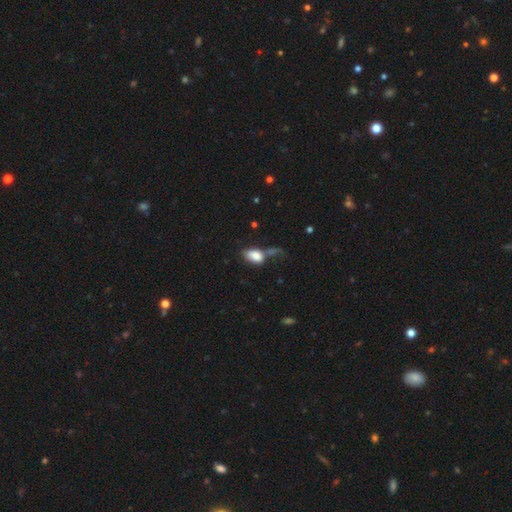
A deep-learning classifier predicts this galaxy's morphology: Smooth or featured? Predicted: smooth (p=0.82). How rounded? Predicted: in between (p=0.90). Merging? Predicted: none (p=0.33).